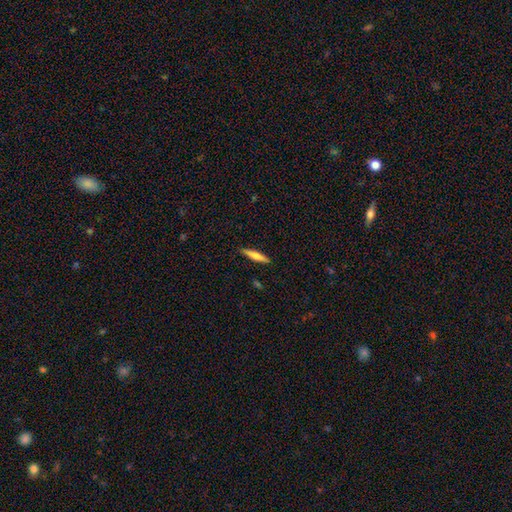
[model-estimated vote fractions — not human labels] Smooth or featured? smooth (69%)
How rounded? cigar-shaped (87%)
Merging? none (89%)